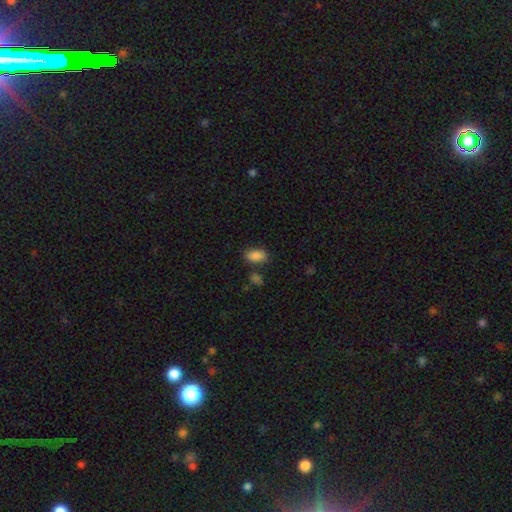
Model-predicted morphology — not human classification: This appears to be a smooth galaxy with no disk features (87%) that is in between round and cigar-shaped (92%). Merging: none (76%).